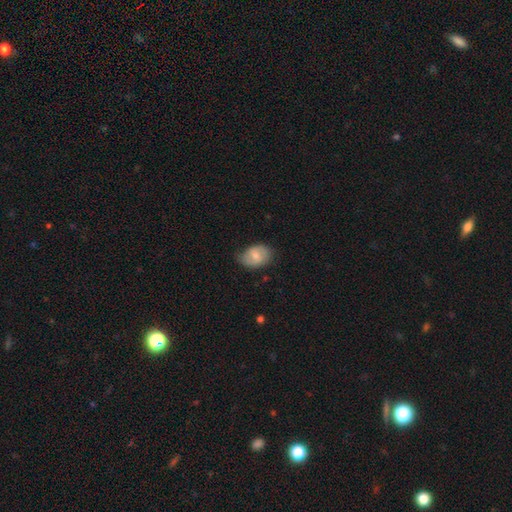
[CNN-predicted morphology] smooth 59%, featured or disk 34%, star or artifact 7%. Down the decision tree: how rounded — in between (77%); merging — none (66%).